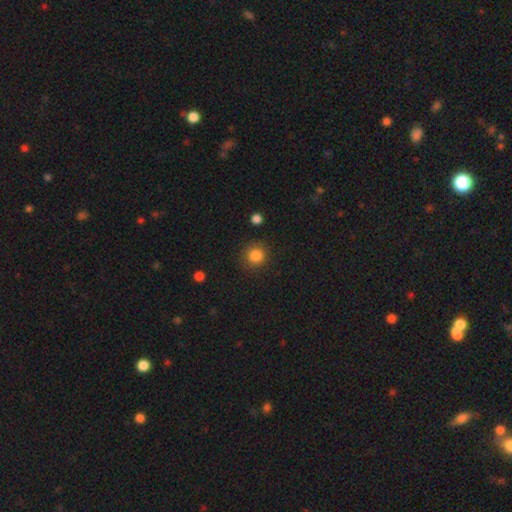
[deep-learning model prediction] Smooth or featured?
  - smooth: 85% *
  - star or artifact: 11%
  - featured or disk: 4%
How rounded?
  - round: 92% *
  - in between: 7%
  - cigar-shaped: 1%
Merging?
  - none: 88% *
  - minor disturbance: 8%
  - major disturbance: 3%
  - merger: 2%